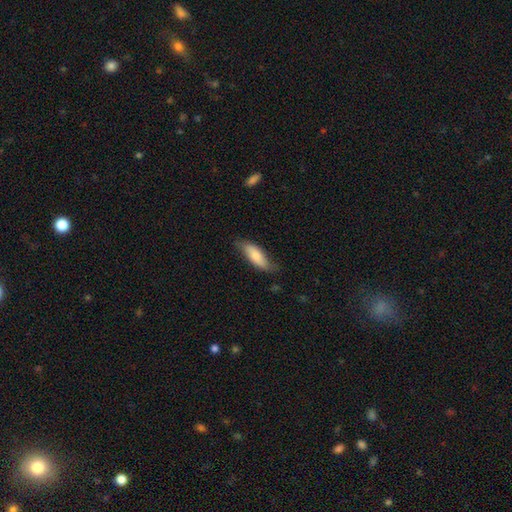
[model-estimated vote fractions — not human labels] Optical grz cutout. It shows a smooth galaxy with no disk features (71%) that is in between round and cigar-shaped (63%). Merging: none (65%).